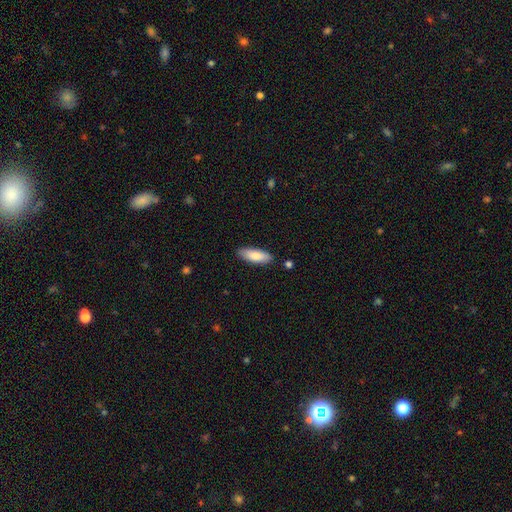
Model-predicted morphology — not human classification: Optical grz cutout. It shows a smooth galaxy with no disk features (83%) that is in between round and cigar-shaped (63%). Merging: none (86%).